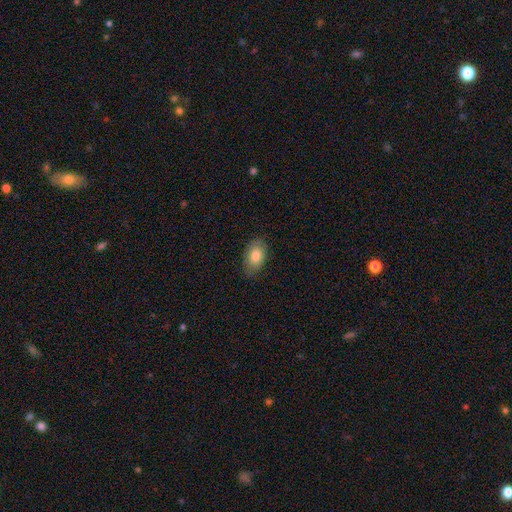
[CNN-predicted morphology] smooth-or-featured: smooth: 81% | featured or disk: 12% | star or artifact: 7%
  how-rounded: in between: 91% | round: 8% | cigar-shaped: 1%
  merging: none: 81% | minor disturbance: 15% | major disturbance: 3% | merger: 1%